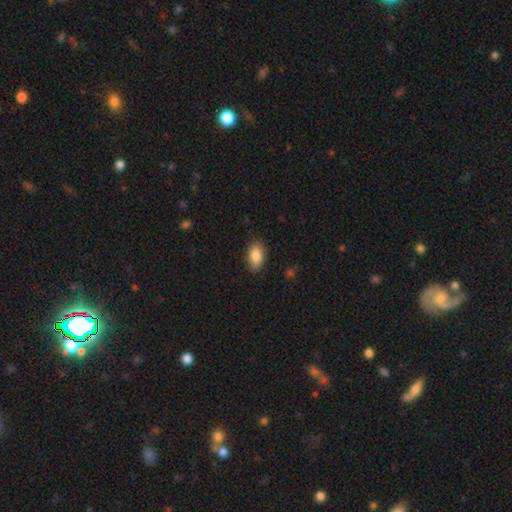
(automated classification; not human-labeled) Smooth or featured? Predicted: smooth (p=0.86). How rounded? Predicted: in between (p=0.91). Merging? Predicted: none (p=0.86).